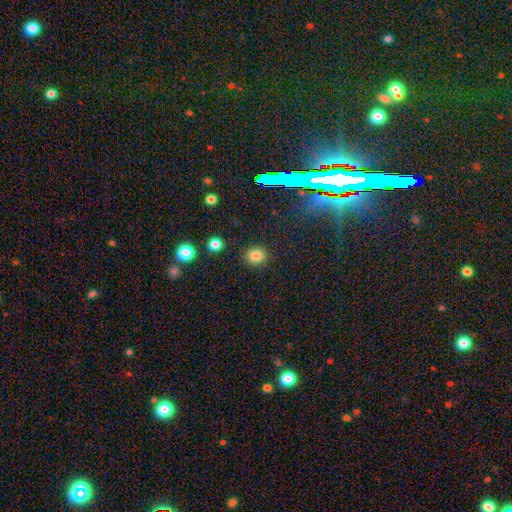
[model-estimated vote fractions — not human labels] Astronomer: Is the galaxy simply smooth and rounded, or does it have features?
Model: smooth — 81%.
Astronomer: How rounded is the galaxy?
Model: round — 84%.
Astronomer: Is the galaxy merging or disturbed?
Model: none — 88%.